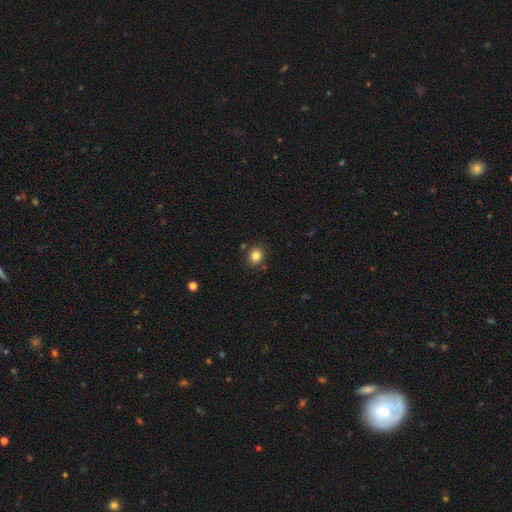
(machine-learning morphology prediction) smooth_or_featured: smooth (p=0.83) [alt: star or artifact p=0.11]
how_rounded: round (p=0.74) [alt: in between p=0.25]
merging: none (p=0.84) [alt: minor disturbance p=0.09]